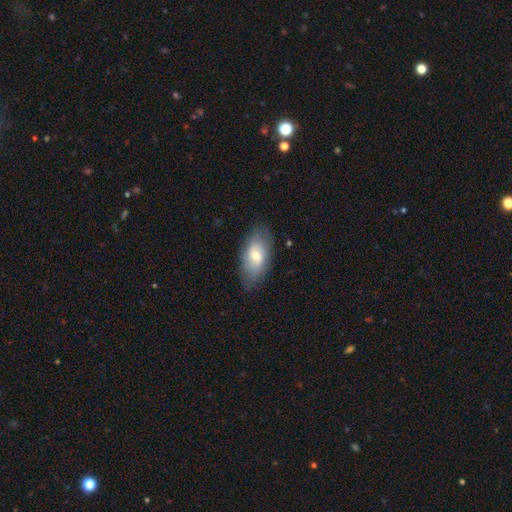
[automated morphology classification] Smooth or featured? Predicted: smooth (p=0.64). How rounded? Predicted: in between (p=0.90). Merging? Predicted: none (p=0.80).